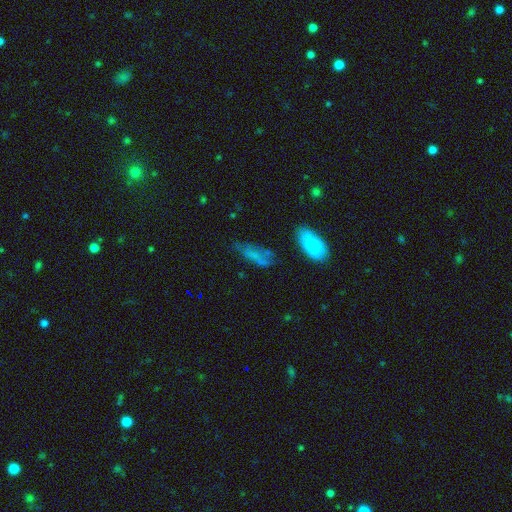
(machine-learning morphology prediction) smooth 59%, featured or disk 26%, star or artifact 15%. Down the decision tree: how rounded — in between (65%); merging — none (50%).